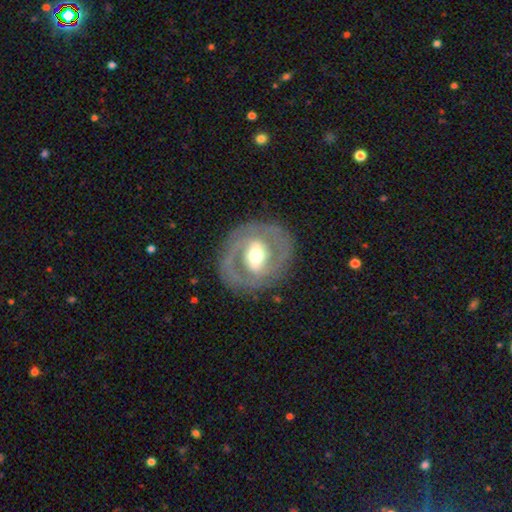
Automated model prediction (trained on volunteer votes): This appears to be a featured or disk galaxy (75%) with a strong bar (40%), spiral arms (56%) and a moderate central bulge (67%). Merging: none (81%).